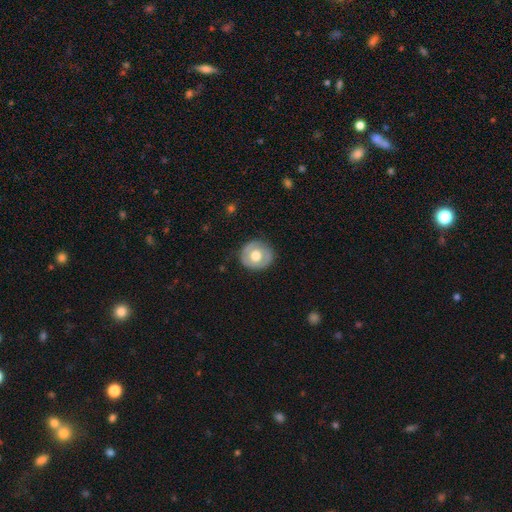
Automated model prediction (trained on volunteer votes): smooth 54%, featured or disk 39%, star or artifact 6%. Down the decision tree: how rounded — round (83%); merging — none (83%).